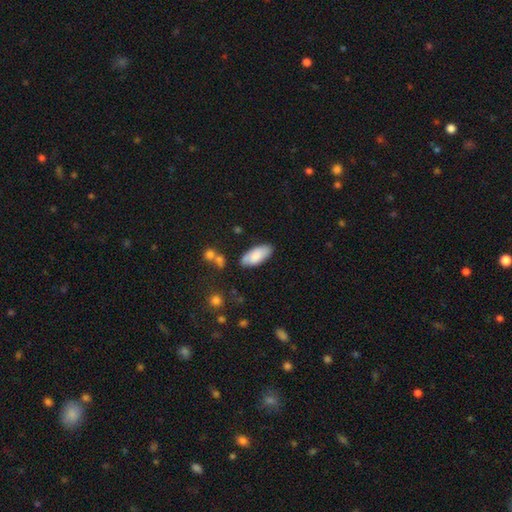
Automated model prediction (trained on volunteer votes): smooth-or-featured: smooth: 81% | featured or disk: 13% | star or artifact: 6%
  how-rounded: in between: 87% | cigar-shaped: 11% | round: 2%
  merging: none: 79% | minor disturbance: 15% | major disturbance: 3% | merger: 3%